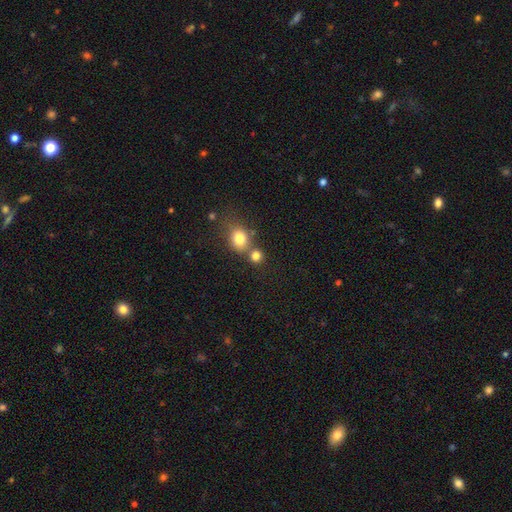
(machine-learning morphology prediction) A smooth galaxy with no disk features (79%) that is round (79%).

Vote fractions:
- Smooth or featured? smooth: 79% / star or artifact: 13% / featured or disk: 8%
- How rounded? round: 79% / in between: 20% / cigar-shaped: 1%
- Merging? none: 51% / merger: 37% / minor disturbance: 8% / major disturbance: 4%